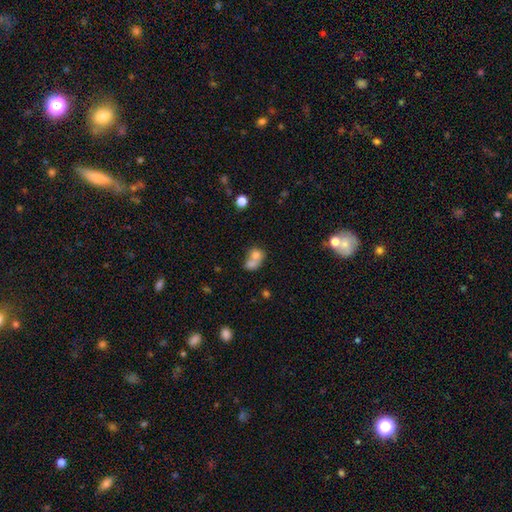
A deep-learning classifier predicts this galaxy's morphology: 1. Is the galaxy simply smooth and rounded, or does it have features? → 73% smooth, 16% featured or disk, 11% star or artifact.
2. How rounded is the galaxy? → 53% round, 45% in between, 1% cigar-shaped.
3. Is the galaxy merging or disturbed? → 69% merger, 20% none, 6% minor disturbance, 5% major disturbance.